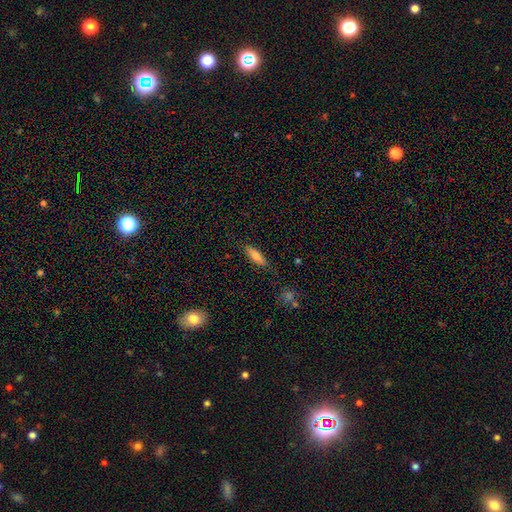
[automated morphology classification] Overall: smooth (73%). How rounded: cigar-shaped (56%; in between 42%). Merging: none (81%).